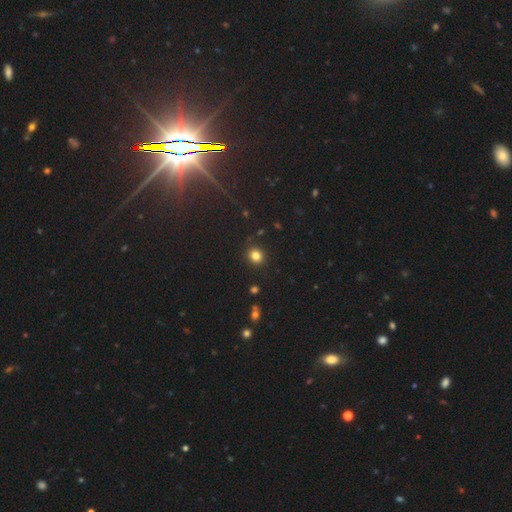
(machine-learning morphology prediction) type=smooth (81%); roundness=round (86%); merging=none (88%).